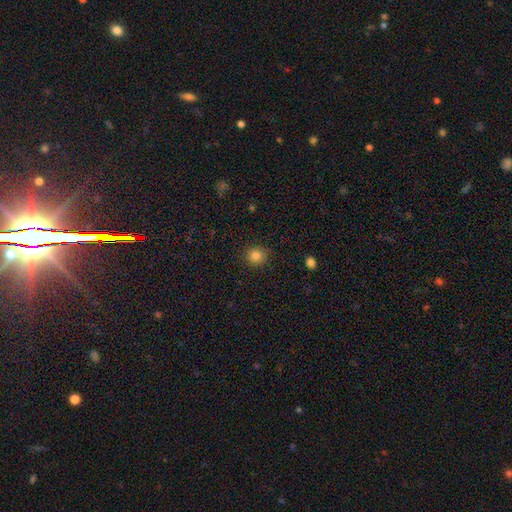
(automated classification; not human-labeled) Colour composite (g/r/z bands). It shows a smooth galaxy with no disk features (84%) that is round (90%). Merging: none (88%).